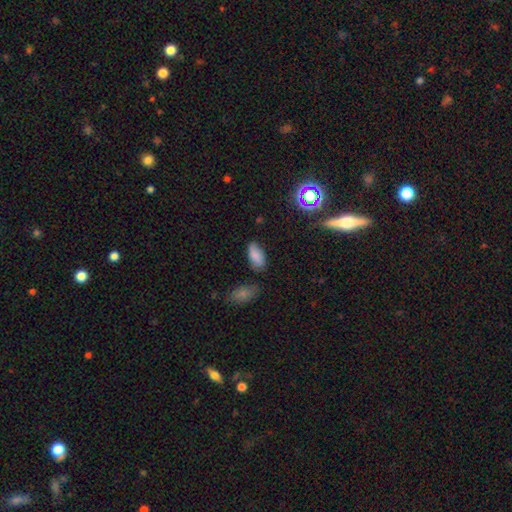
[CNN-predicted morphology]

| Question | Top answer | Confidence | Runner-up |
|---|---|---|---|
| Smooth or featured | smooth | 82% | star or artifact (10%) |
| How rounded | in between | 93% | cigar-shaped (5%) |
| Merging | none | 72% | minor disturbance (20%) |